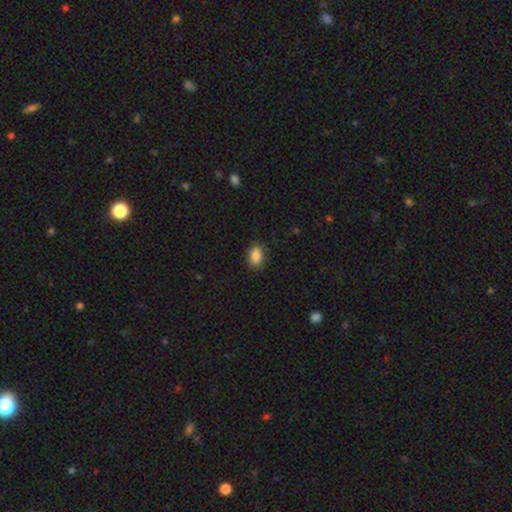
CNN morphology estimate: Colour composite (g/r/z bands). It shows a smooth galaxy with no disk features (87%) that is in between round and cigar-shaped (84%). Merging: none (86%).